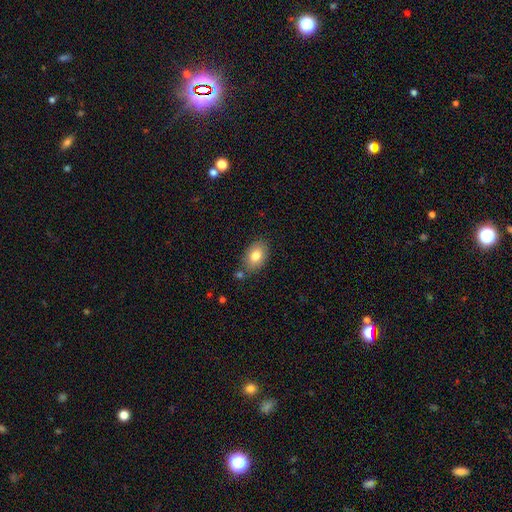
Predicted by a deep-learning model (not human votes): A smooth galaxy with no disk features (80%) that is in between round and cigar-shaped (86%). Merging: none (77%).